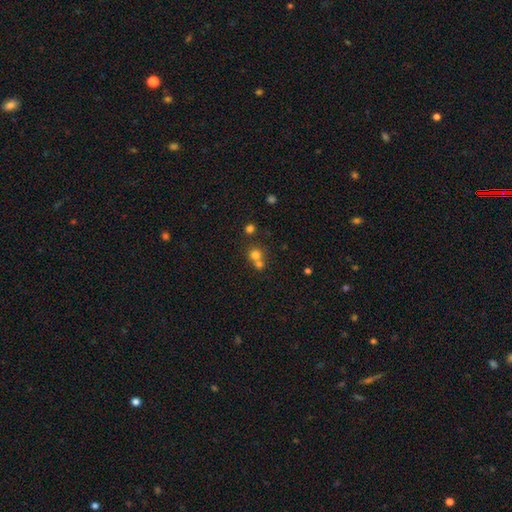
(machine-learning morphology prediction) smooth-or-featured: smooth: 74% | star or artifact: 16% | featured or disk: 10%
  how-rounded: round: 87% | in between: 12% | cigar-shaped: 1%
  merging: merger: 48% | none: 45% | minor disturbance: 5% | major disturbance: 2%